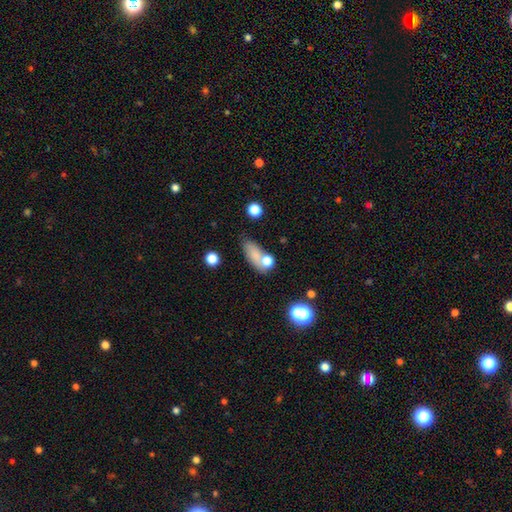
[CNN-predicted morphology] Smooth or featured? Predicted: smooth (p=0.75). How rounded? Predicted: in between (p=0.72). Merging? Predicted: none (p=0.51).